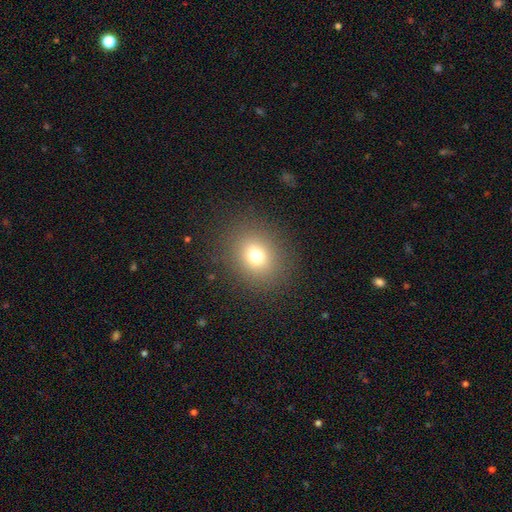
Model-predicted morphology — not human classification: smooth 73%, star or artifact 17%, featured or disk 10%. Down the decision tree: how rounded — round (67%); merging — none (87%).